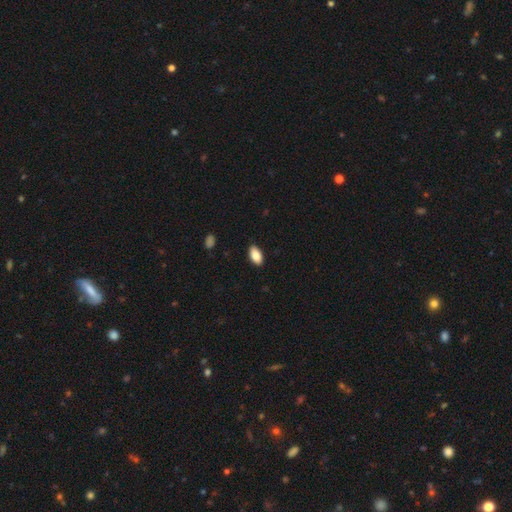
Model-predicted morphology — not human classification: Smooth or featured?
  - smooth: 86% *
  - star or artifact: 7%
  - featured or disk: 7%
How rounded?
  - in between: 93% *
  - cigar-shaped: 4%
  - round: 3%
Merging?
  - none: 88% *
  - minor disturbance: 9%
  - major disturbance: 2%
  - merger: 1%